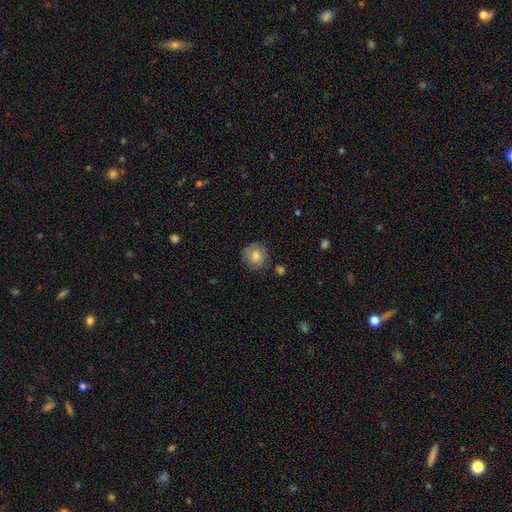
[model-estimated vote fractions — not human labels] A smooth galaxy with no disk features (76%) that is round (90%).

Vote fractions:
- Smooth or featured? smooth: 76% / featured or disk: 15% / star or artifact: 9%
- How rounded? round: 90% / in between: 9% / cigar-shaped: 1%
- Merging? none: 80% / minor disturbance: 15% / major disturbance: 3% / merger: 2%